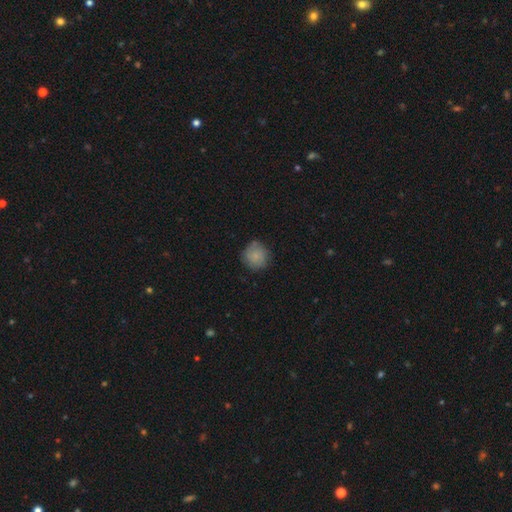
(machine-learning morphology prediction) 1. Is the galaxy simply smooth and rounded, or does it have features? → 78% smooth, 14% featured or disk, 8% star or artifact.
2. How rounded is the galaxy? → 91% round, 8% in between, 1% cigar-shaped.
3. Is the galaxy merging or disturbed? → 77% none, 17% minor disturbance, 4% major disturbance, 2% merger.